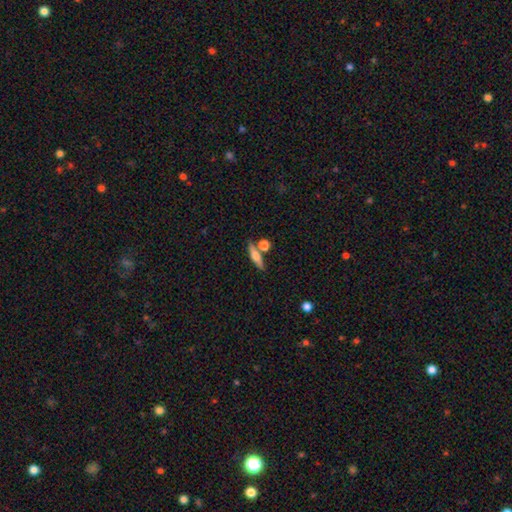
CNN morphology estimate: Smooth or featured?
  - smooth: 54% *
  - featured or disk: 39%
  - star or artifact: 8%
How rounded?
  - cigar-shaped: 64% *
  - in between: 29%
  - round: 7%
Merging?
  - none: 70% *
  - merger: 16%
  - minor disturbance: 10%
  - major disturbance: 3%